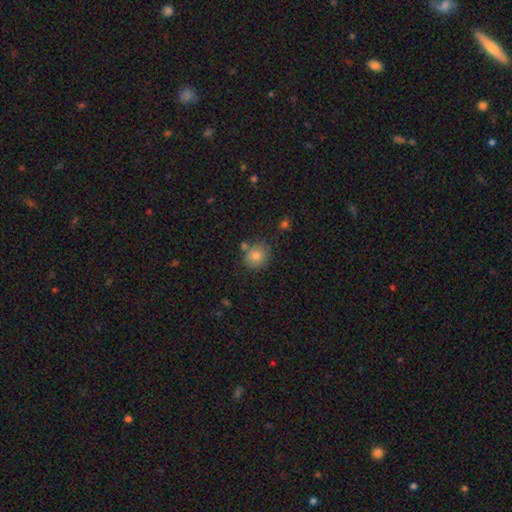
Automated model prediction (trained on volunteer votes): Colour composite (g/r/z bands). It shows a smooth galaxy with no disk features (80%) that is round (85%). Merging: none (74%).